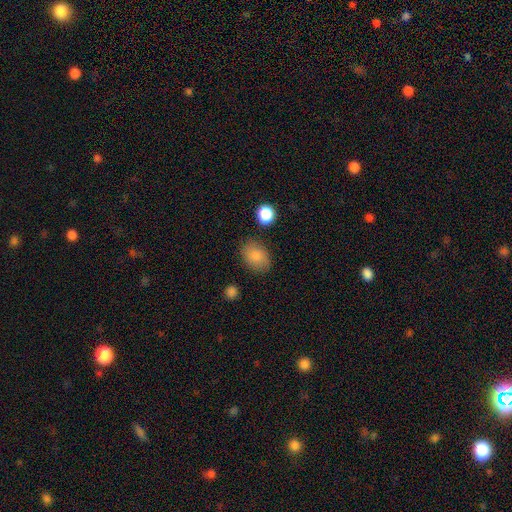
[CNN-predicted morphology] Smooth or featured? Predicted: smooth (p=0.85). How rounded? Predicted: in between (p=0.76). Merging? Predicted: none (p=0.81).